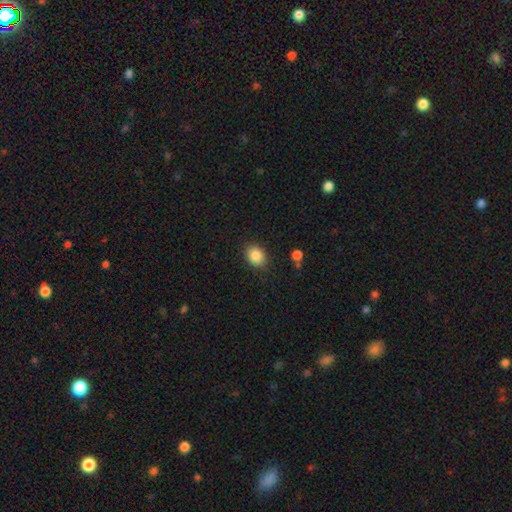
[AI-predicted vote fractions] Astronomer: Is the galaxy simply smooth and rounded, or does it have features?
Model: smooth — 87%.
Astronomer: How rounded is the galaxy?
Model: in between — 52% (runner-up: round, 47%).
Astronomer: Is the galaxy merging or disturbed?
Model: none — 85%.